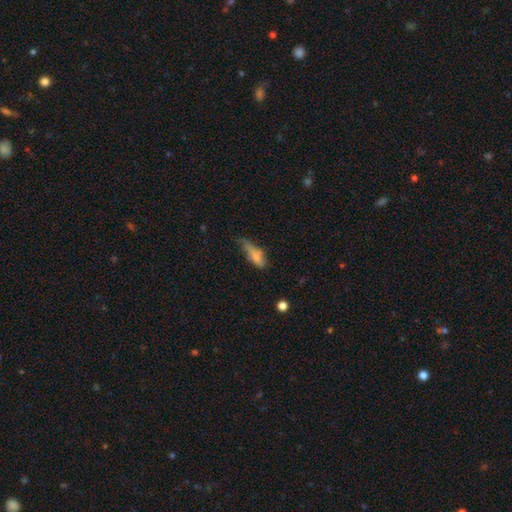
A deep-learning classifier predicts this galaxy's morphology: smooth 70%, featured or disk 20%, star or artifact 10%. Down the decision tree: how rounded — in between (64%); merging — minor disturbance (38%).